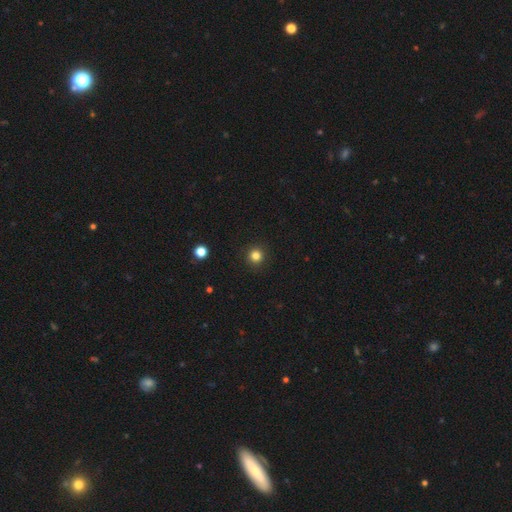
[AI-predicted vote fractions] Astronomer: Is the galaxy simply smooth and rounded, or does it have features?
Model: smooth — 82%.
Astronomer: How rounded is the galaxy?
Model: round — 95%.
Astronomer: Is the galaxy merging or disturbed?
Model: none — 92%.